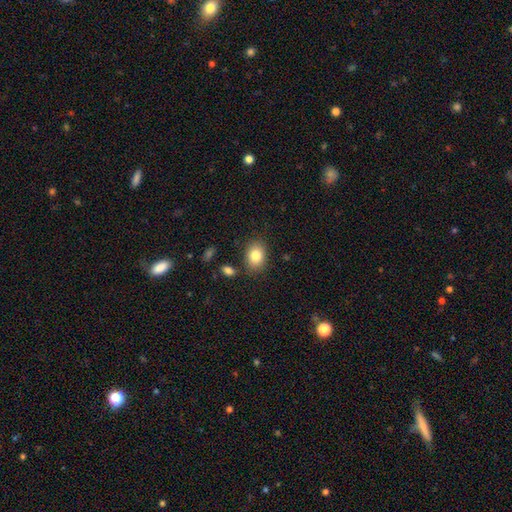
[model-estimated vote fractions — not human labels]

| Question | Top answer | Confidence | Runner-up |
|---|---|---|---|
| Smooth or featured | smooth | 84% | star or artifact (8%) |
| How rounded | in between | 69% | round (30%) |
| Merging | none | 83% | minor disturbance (11%) |